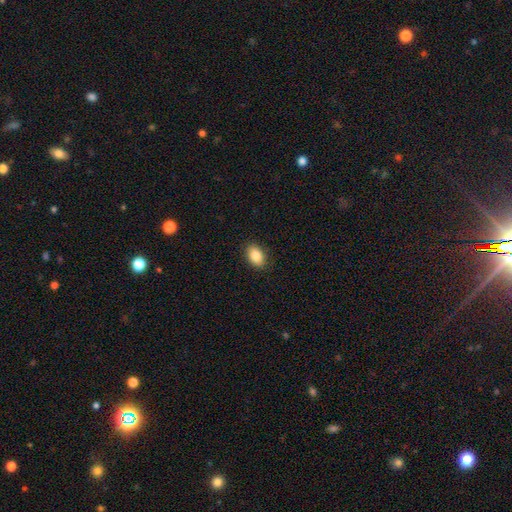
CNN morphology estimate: Smooth or featured?
  - smooth: 87% *
  - star or artifact: 8%
  - featured or disk: 6%
How rounded?
  - in between: 86% *
  - round: 13%
  - cigar-shaped: 1%
Merging?
  - none: 88% *
  - minor disturbance: 9%
  - major disturbance: 2%
  - merger: 1%